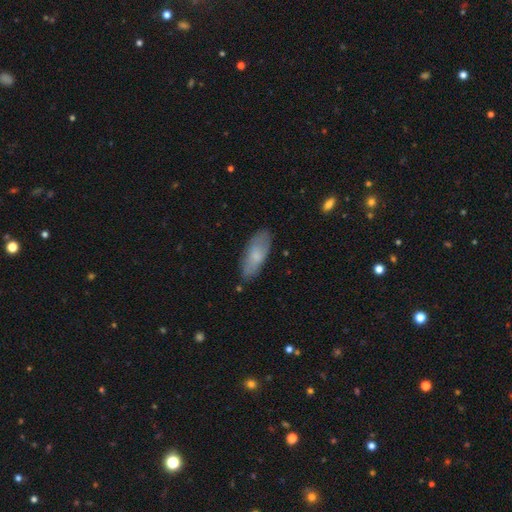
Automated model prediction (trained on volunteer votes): smooth_or_featured: smooth (p=0.69) [alt: featured or disk p=0.25]
how_rounded: in between (p=0.73) [alt: cigar-shaped p=0.25]
merging: none (p=0.77) [alt: minor disturbance p=0.17]